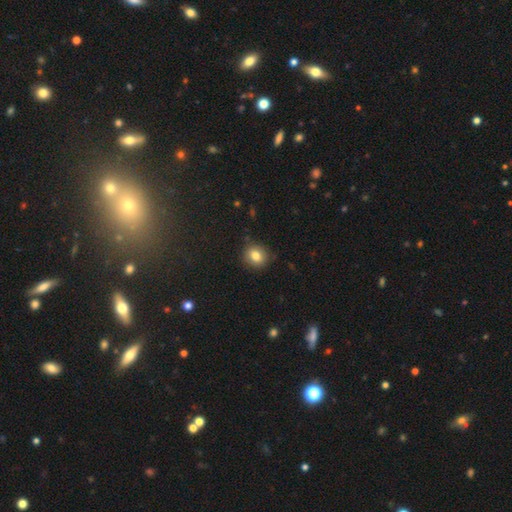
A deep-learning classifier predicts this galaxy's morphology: Smooth or featured? Predicted: smooth (p=0.81). How rounded? Predicted: round (p=0.77). Merging? Predicted: none (p=0.87).